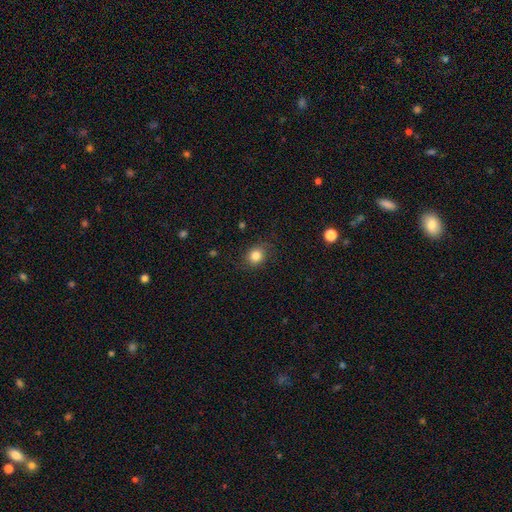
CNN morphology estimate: Overall: smooth (83%). How rounded: round (70%). Merging: none (80%).